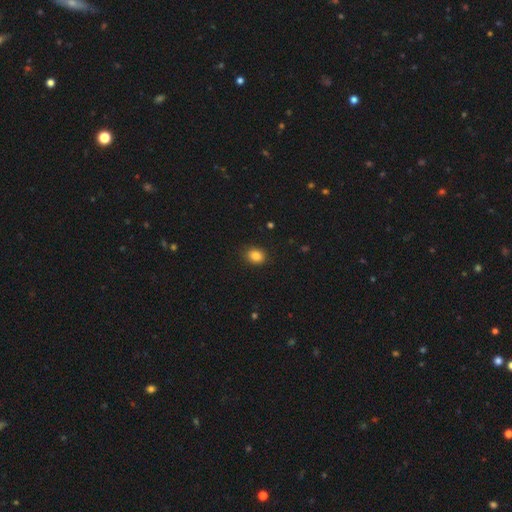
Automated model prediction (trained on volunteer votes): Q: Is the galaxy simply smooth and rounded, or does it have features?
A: smooth — 86%.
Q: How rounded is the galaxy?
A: in between — 55%.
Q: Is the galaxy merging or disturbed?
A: none — 87%.